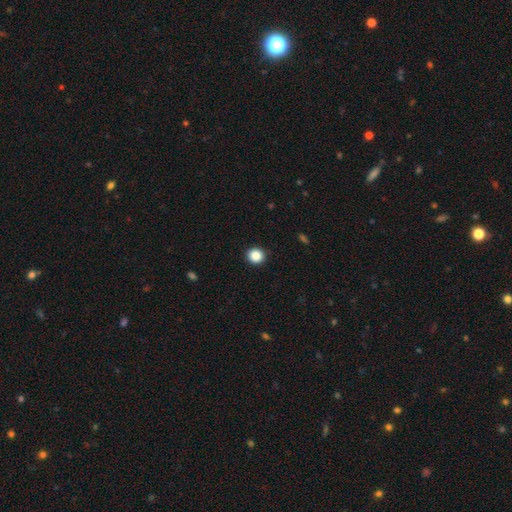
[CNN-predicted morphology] smooth_or_featured: smooth (p=0.88) [alt: star or artifact p=0.09]
how_rounded: round (p=0.90) [alt: in between p=0.09]
merging: none (p=0.91) [alt: minor disturbance p=0.06]